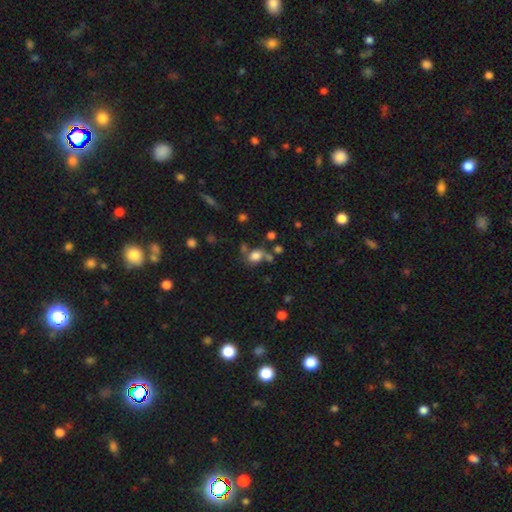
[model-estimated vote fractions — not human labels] Overall: smooth (76%). How rounded: in between (56%; round 43%). Merging: none (54%; merger 20%).